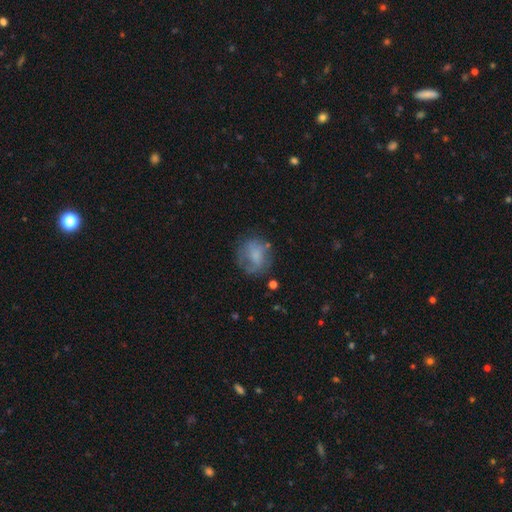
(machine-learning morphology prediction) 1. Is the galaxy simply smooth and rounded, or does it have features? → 59% smooth, 31% featured or disk, 9% star or artifact.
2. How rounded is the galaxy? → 74% round, 25% in between, 1% cigar-shaped.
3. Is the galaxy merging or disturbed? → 58% none, 23% minor disturbance, 16% major disturbance, 3% merger.